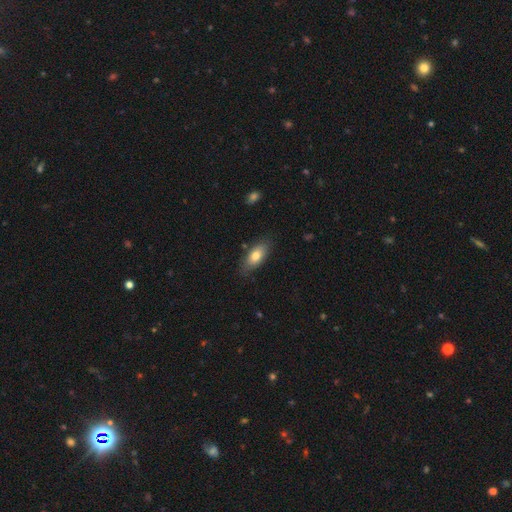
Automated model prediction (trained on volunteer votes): This is likely a smooth galaxy (75%). How rounded: clearly in between (87%). Merging: likely none (80%).